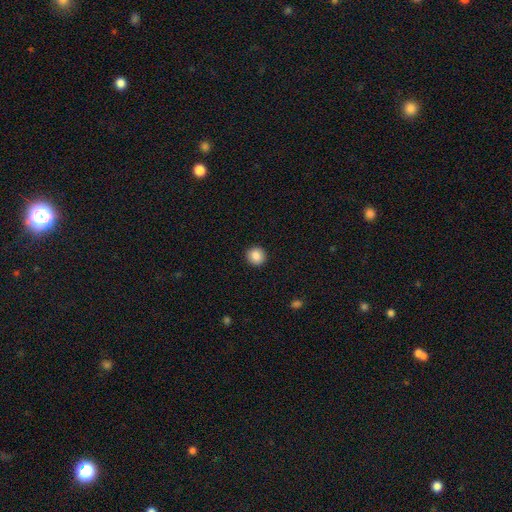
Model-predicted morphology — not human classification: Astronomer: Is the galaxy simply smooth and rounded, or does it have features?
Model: smooth — 87%.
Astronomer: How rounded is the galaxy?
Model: round — 92%.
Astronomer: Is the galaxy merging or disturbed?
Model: none — 93%.